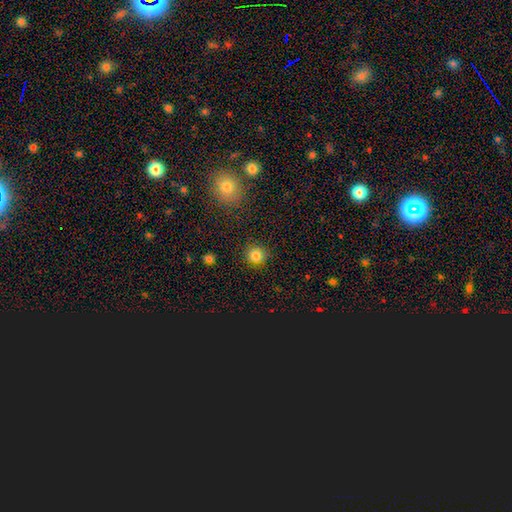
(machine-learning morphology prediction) A smooth galaxy with no disk features (83%) that is round (91%). Merging: none (87%).